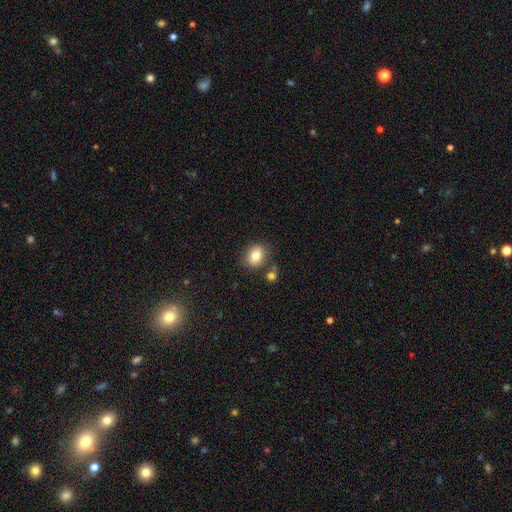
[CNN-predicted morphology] smooth 81%, featured or disk 10%, star or artifact 9%. Down the decision tree: how rounded — in between (55%); merging — none (76%).